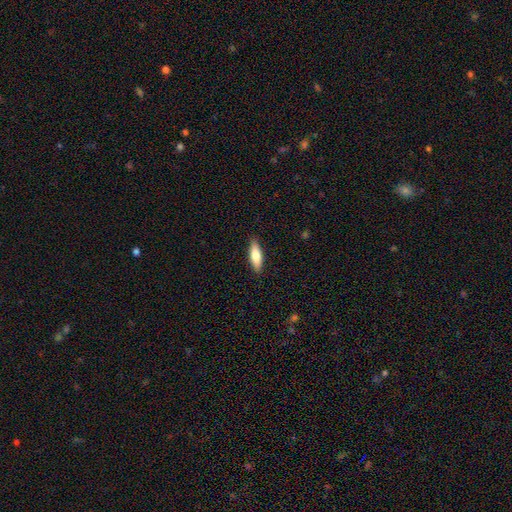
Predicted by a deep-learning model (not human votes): smooth_or_featured: smooth (p=0.74) [alt: featured or disk p=0.20]
how_rounded: cigar-shaped (p=0.50) [alt: in between p=0.48]
merging: none (p=0.88) [alt: minor disturbance p=0.09]